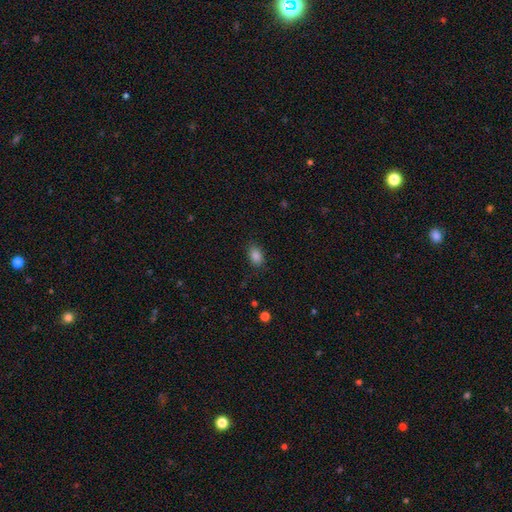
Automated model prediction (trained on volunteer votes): This appears to be a smooth galaxy with no disk features (85%) that is in between round and cigar-shaped (84%). Merging: none (85%).